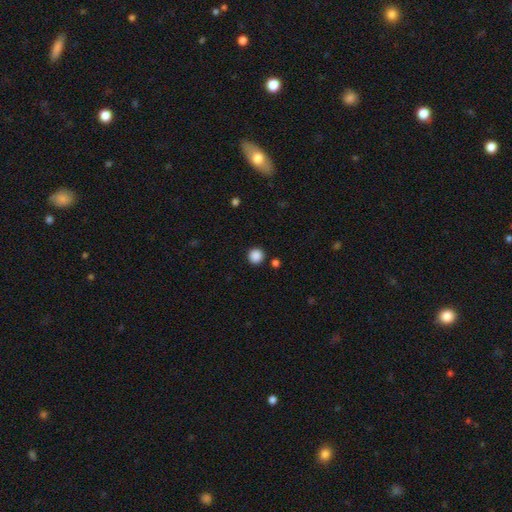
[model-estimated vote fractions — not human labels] Smooth or featured?
  - smooth: 88% *
  - star or artifact: 10%
  - featured or disk: 2%
How rounded?
  - round: 95% *
  - in between: 4%
  - cigar-shaped: 1%
Merging?
  - none: 91% *
  - minor disturbance: 5%
  - merger: 2%
  - major disturbance: 2%